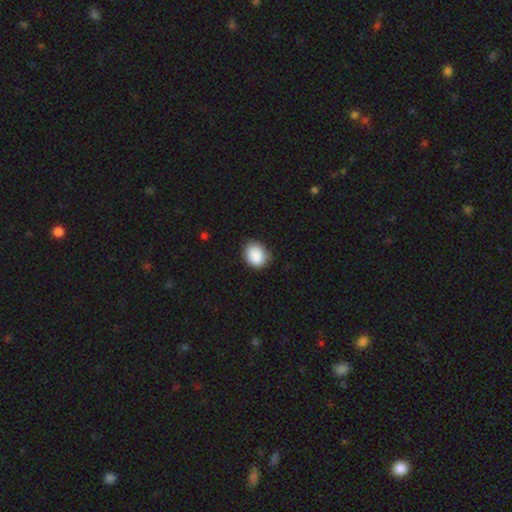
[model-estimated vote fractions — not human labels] A smooth galaxy with no disk features (89%) that is round (58%). Merging: none (83%).